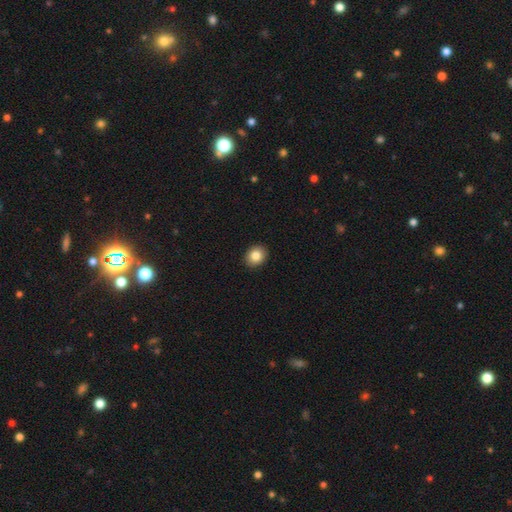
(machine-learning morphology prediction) A smooth galaxy with no disk features (84%) that is round (64%). Merging: none (92%).